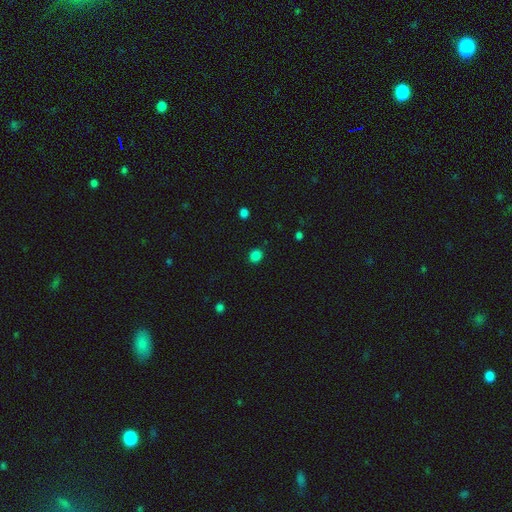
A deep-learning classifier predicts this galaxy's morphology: A smooth galaxy with no disk features (84%) that is round (71%).

Vote fractions:
- Smooth or featured? smooth: 84% / star or artifact: 13% / featured or disk: 3%
- How rounded? round: 71% / in between: 28% / cigar-shaped: 1%
- Merging? none: 88% / minor disturbance: 8% / major disturbance: 2% / merger: 1%